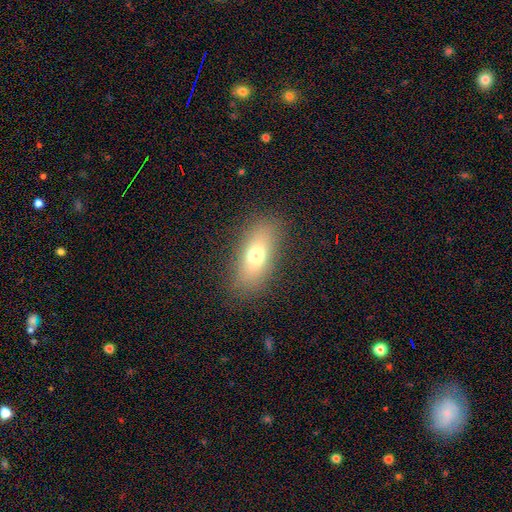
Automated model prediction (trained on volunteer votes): Smooth or featured? Predicted: smooth (p=0.70). How rounded? Predicted: in between (p=0.77). Merging? Predicted: none (p=0.85).